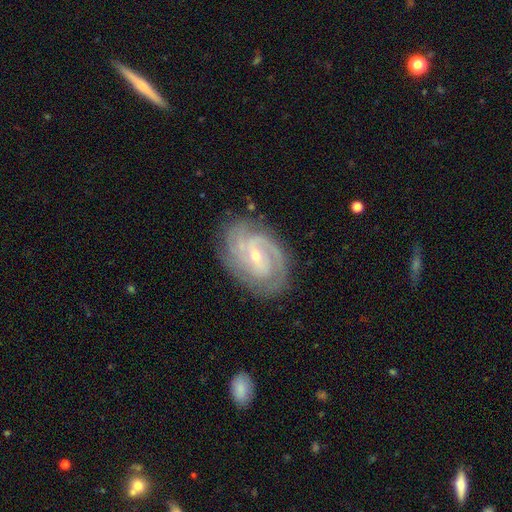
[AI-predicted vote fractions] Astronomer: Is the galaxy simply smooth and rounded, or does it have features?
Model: featured or disk — 88%.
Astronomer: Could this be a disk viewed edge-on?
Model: no — 97%.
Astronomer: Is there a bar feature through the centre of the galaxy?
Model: weak — 45% (runner-up: no, 38%).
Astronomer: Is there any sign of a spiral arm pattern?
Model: yes — 97%.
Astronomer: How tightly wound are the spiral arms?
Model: tight — 61%.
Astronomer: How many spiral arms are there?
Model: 3 — 29% (runner-up: 2, 28%).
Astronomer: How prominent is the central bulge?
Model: small — 71%.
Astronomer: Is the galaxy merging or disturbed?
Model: none — 78%.